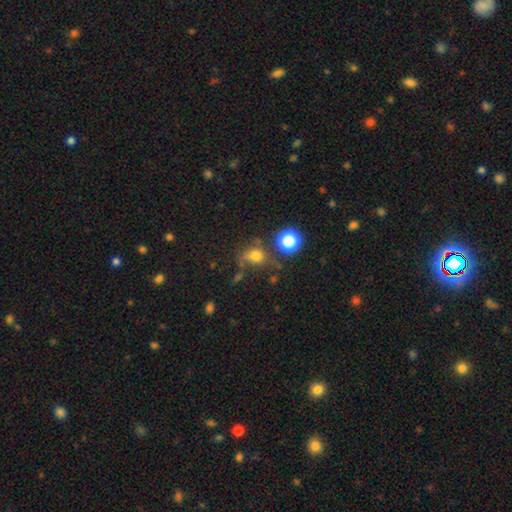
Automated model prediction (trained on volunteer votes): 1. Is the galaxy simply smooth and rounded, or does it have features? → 70% smooth, 19% star or artifact, 11% featured or disk.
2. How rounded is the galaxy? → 61% round, 37% in between, 2% cigar-shaped.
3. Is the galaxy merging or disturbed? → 52% none, 21% minor disturbance, 15% major disturbance, 12% merger.